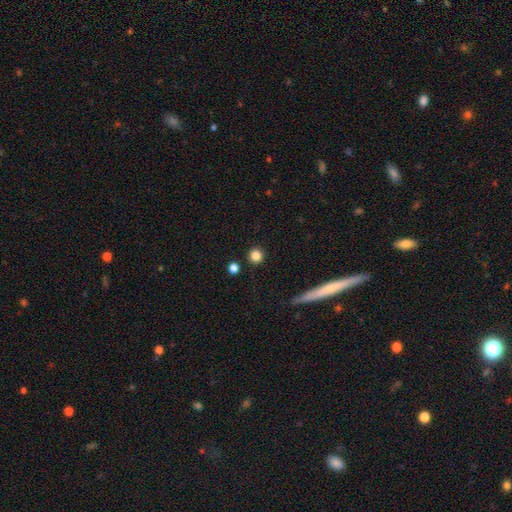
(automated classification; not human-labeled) Smooth or featured? Predicted: smooth (p=0.83). How rounded? Predicted: round (p=0.94). Merging? Predicted: none (p=0.89).